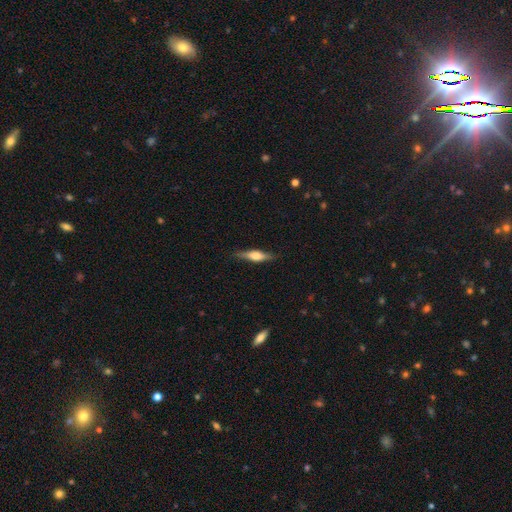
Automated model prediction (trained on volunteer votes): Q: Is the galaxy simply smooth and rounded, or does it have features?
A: featured or disk — 62%.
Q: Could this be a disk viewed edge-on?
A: yes — 96%.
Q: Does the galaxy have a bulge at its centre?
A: rounded — 88%.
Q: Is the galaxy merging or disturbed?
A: none — 87%.